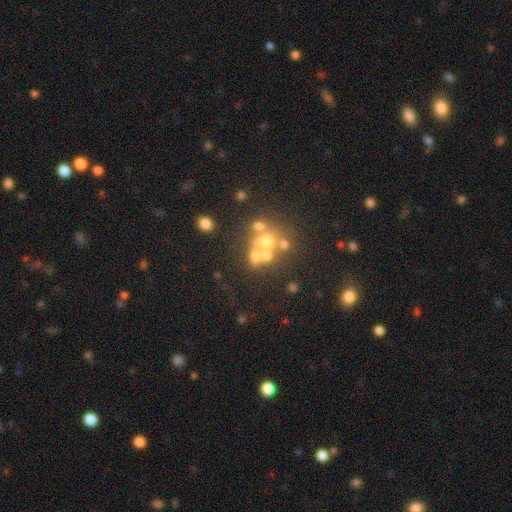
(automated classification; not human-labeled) A smooth galaxy with no disk features (46%). Merging: merger (44%).